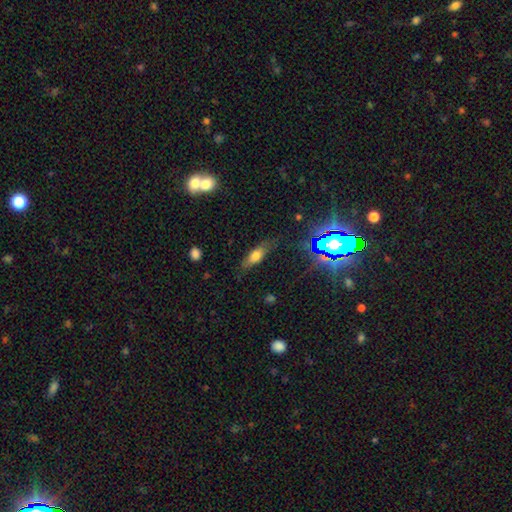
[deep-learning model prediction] Q: Smooth or featured?
A: smooth (62%); runner-up: featured or disk (25%)
Q: How rounded?
A: in between (57%); runner-up: cigar-shaped (39%)
Q: Merging?
A: none (73%); runner-up: minor disturbance (19%)